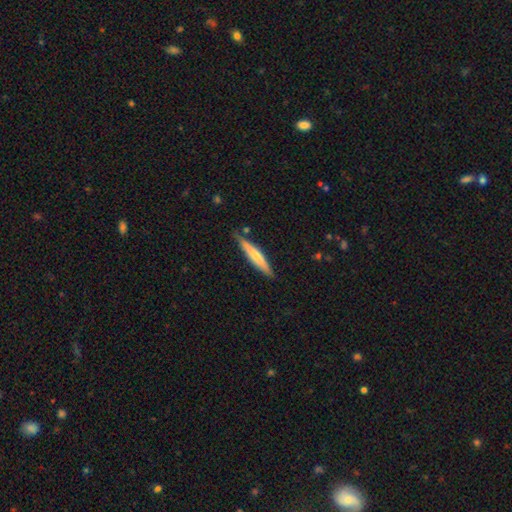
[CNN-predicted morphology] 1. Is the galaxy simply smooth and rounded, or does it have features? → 58% smooth, 37% featured or disk, 5% star or artifact.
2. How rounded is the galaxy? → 92% cigar-shaped, 7% in between, 1% round.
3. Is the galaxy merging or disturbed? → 82% none, 14% minor disturbance, 2% merger, 2% major disturbance.